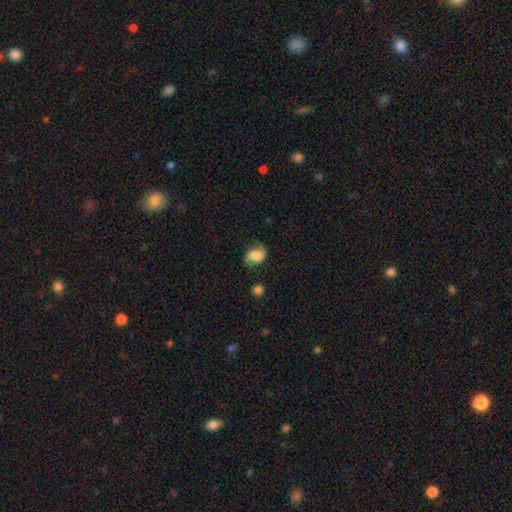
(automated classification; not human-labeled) smooth_or_featured: smooth (p=0.53) [alt: featured or disk p=0.37]
how_rounded: in between (p=0.70) [alt: round p=0.28]
merging: none (p=0.57) [alt: minor disturbance p=0.27]